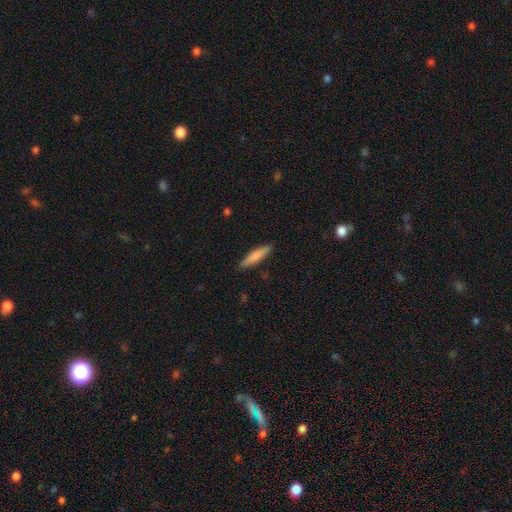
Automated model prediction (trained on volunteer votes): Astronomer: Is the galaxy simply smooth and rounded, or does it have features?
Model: smooth — 78%.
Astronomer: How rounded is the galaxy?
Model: cigar-shaped — 87%.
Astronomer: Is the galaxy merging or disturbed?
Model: none — 89%.